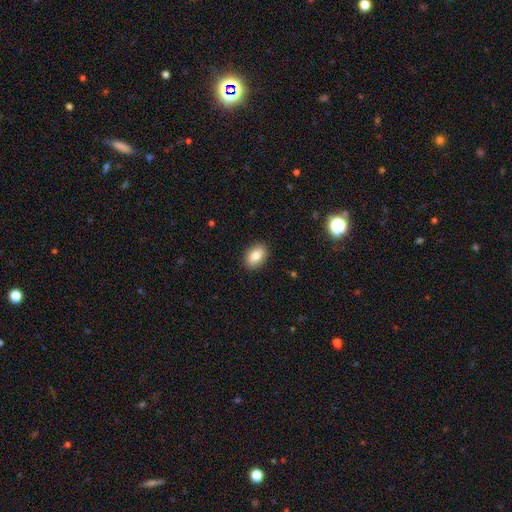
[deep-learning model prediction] smooth 83%, featured or disk 9%, star or artifact 8%. Down the decision tree: how rounded — in between (85%); merging — none (89%).